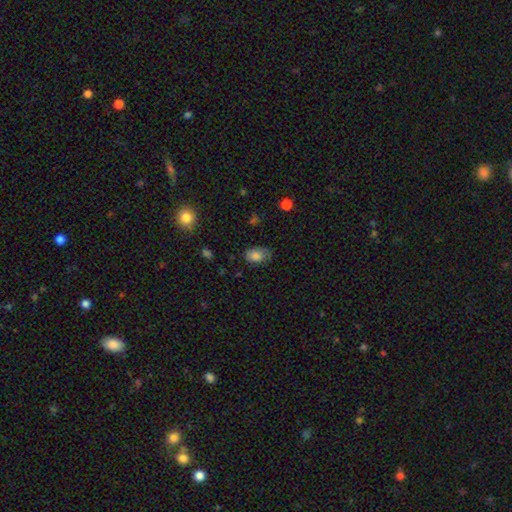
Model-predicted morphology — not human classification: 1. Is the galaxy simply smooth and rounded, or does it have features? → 80% smooth, 11% featured or disk, 9% star or artifact.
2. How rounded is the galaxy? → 87% in between, 11% round, 1% cigar-shaped.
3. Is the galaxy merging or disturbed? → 62% none, 28% minor disturbance, 8% major disturbance, 2% merger.